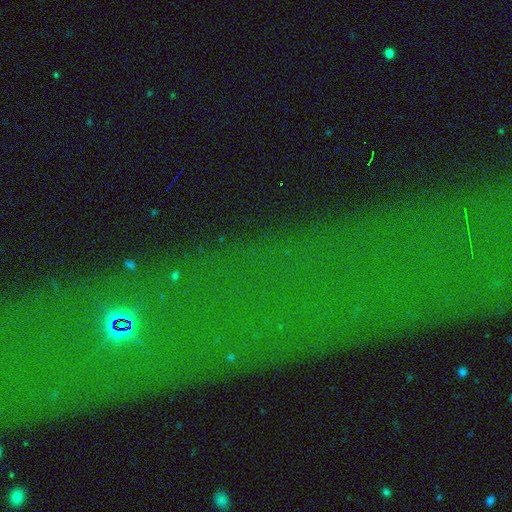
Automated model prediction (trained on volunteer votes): This is likely a star or artifact rather than a galaxy (73%).